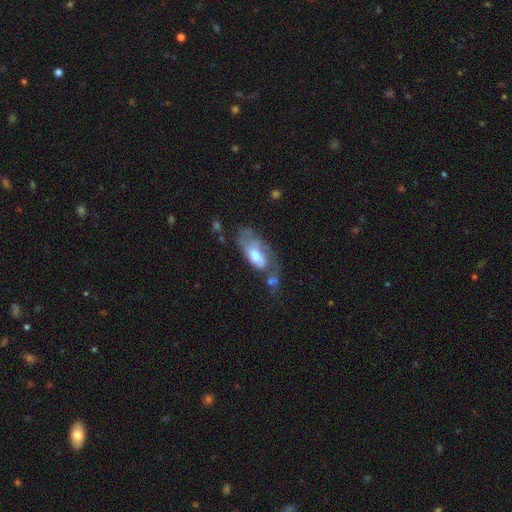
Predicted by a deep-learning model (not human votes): Smooth or featured?
  - smooth: 49% *
  - featured or disk: 44%
  - star or artifact: 7%
Merging?
  - none: 31% *
  - major disturbance: 28%
  - minor disturbance: 27%
  - merger: 14%